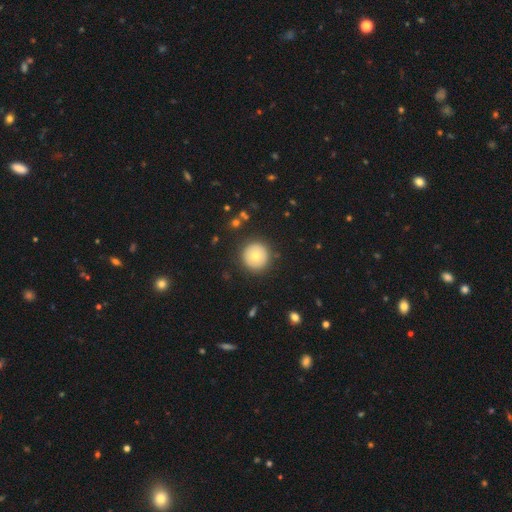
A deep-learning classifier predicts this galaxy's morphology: smooth 71%, featured or disk 21%, star or artifact 9%. Down the decision tree: how rounded — round (96%); merging — none (89%).